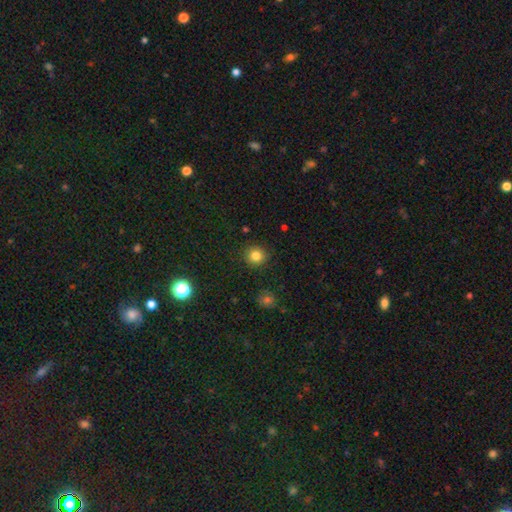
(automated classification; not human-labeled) smooth-or-featured: smooth: 82% | star or artifact: 13% | featured or disk: 5%
  how-rounded: round: 93% | in between: 6% | cigar-shaped: 1%
  merging: none: 90% | minor disturbance: 6% | major disturbance: 2% | merger: 1%